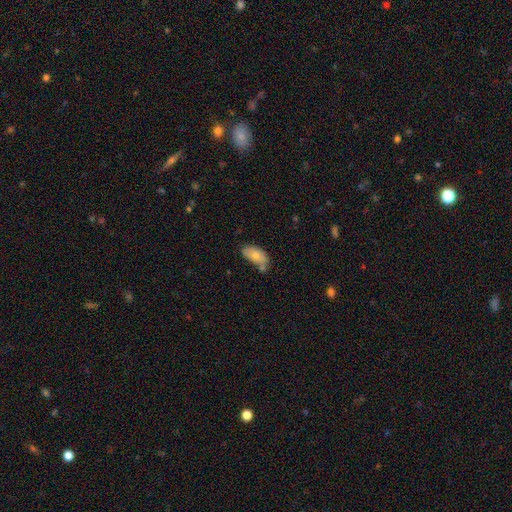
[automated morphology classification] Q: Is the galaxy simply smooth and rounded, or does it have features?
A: smooth — 75%.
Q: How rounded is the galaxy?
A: in between — 93%.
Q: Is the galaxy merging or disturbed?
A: none — 49%.